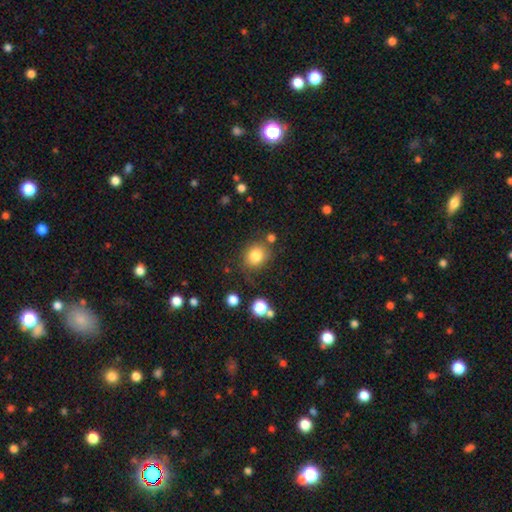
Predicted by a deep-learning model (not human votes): A smooth galaxy with no disk features (82%) that is round (76%). Merging: none (77%).